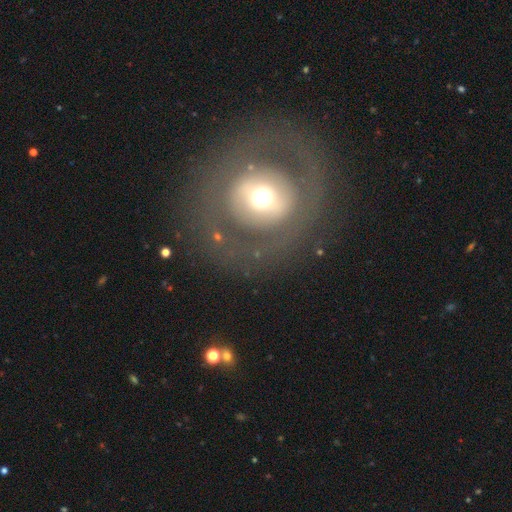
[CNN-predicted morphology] Smooth or featured: featured or disk — 61% (smooth — 31%)
Edge-on disk: no — 94% (yes — 6%)
Bar: no — 64% (weak — 22%)
Spiral arms: no — 74% (yes — 26%)
Bulge size: moderate — 58% (large — 25%)
Merging: none — 82% (minor disturbance — 9%)